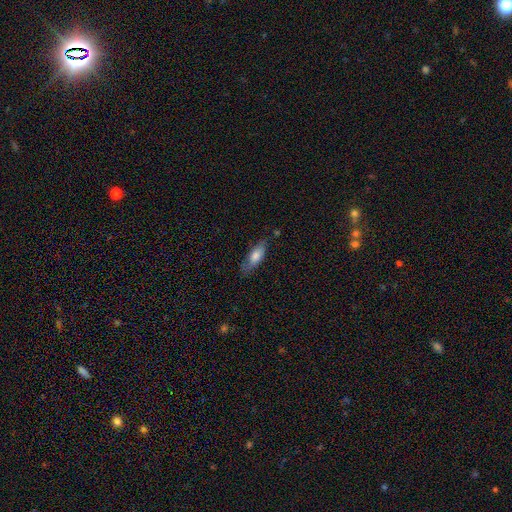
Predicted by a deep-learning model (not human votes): The model was most divided on "how rounded": in between: 66%, cigar-shaped: 32%, round: 2%. More confident: smooth or featured — smooth (73%); merging — none (70%).